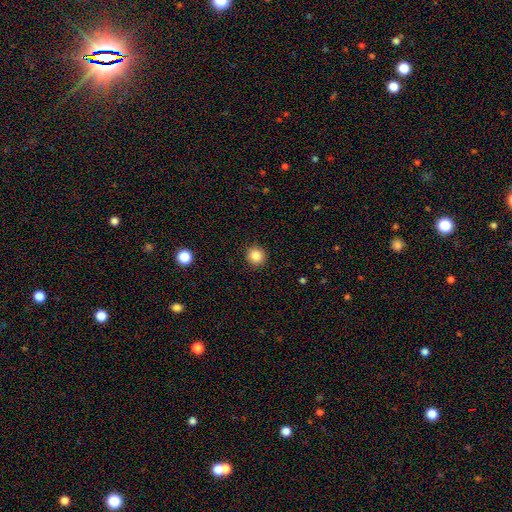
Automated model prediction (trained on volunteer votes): Q: Smooth or featured?
A: smooth (85%); runner-up: star or artifact (10%)
Q: How rounded?
A: round (93%); runner-up: in between (6%)
Q: Merging?
A: none (92%); runner-up: minor disturbance (5%)